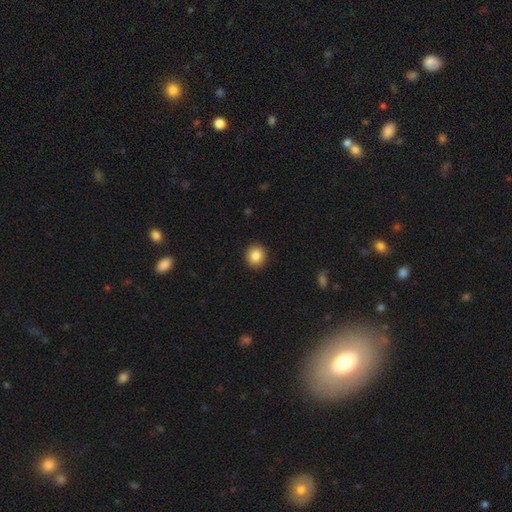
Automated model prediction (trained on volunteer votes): smooth-or-featured: smooth: 86% | star or artifact: 9% | featured or disk: 5%
  how-rounded: round: 90% | in between: 9% | cigar-shaped: 1%
  merging: none: 92% | minor disturbance: 5% | major disturbance: 2% | merger: 1%